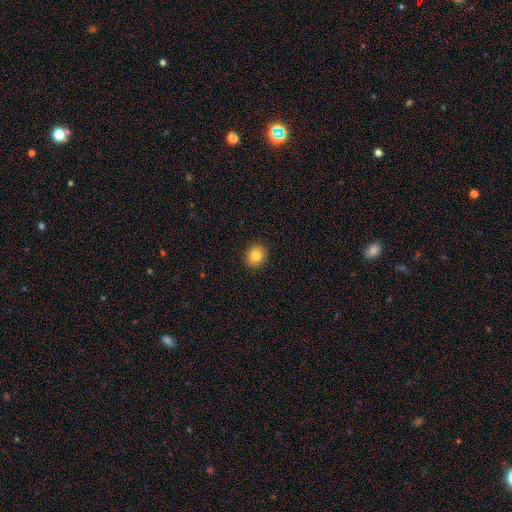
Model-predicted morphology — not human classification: This is clearly a smooth galaxy (83%). How rounded: likely round (76%). Merging: clearly none (91%).